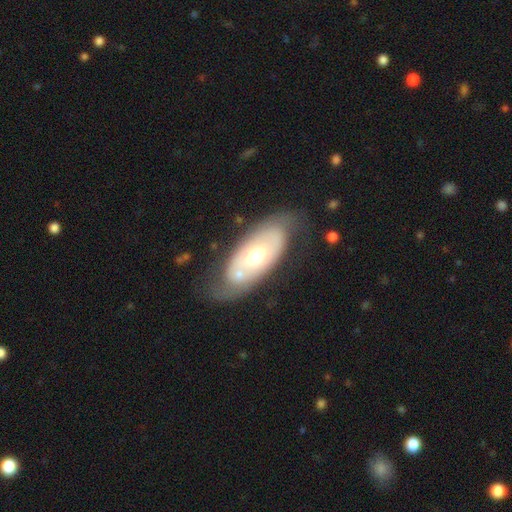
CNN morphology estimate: Q: Smooth or featured?
A: featured or disk (55%); runner-up: smooth (38%)
Q: Edge-on disk?
A: no (87%); runner-up: yes (13%)
Q: Merging?
A: none (59%); runner-up: minor disturbance (20%)